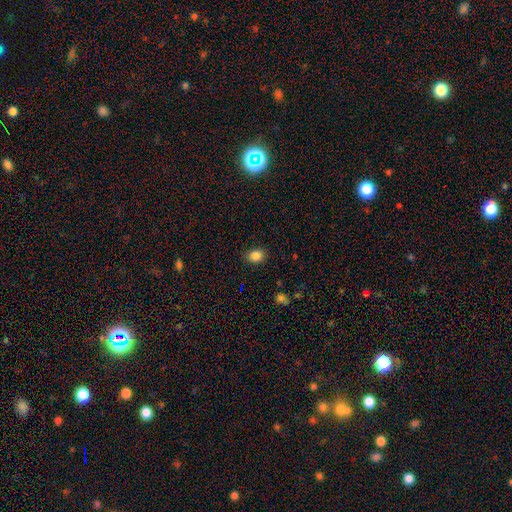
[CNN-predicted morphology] smooth 85%, star or artifact 11%, featured or disk 4%. Down the decision tree: how rounded — in between (60%); merging — none (86%).